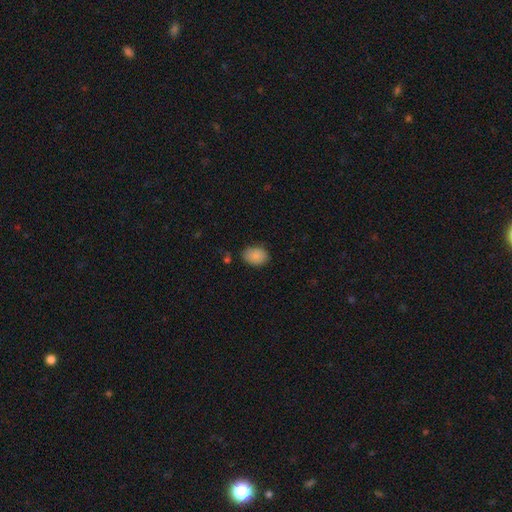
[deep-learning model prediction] smooth-or-featured: smooth: 87% | star or artifact: 8% | featured or disk: 5%
  how-rounded: in between: 73% | round: 26% | cigar-shaped: 1%
  merging: none: 80% | minor disturbance: 15% | major disturbance: 3% | merger: 2%